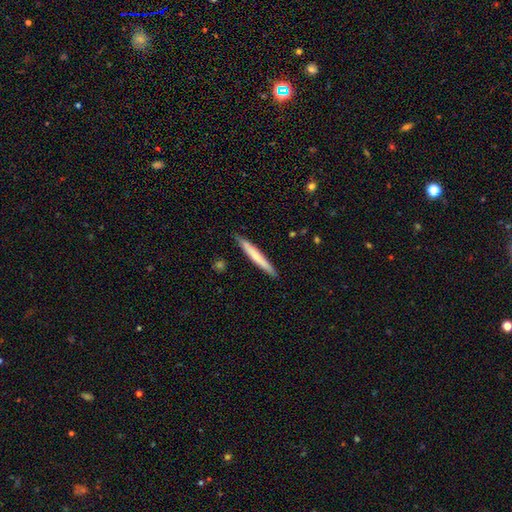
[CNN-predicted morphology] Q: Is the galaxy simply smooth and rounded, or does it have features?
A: smooth — 64%.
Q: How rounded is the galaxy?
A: cigar-shaped — 96%.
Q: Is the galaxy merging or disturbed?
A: none — 89%.